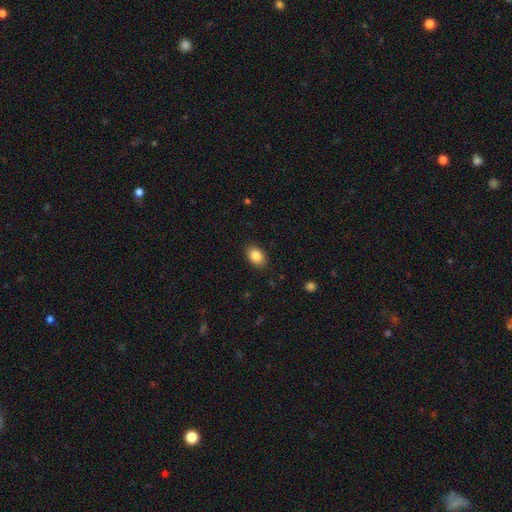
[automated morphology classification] Q: Smooth or featured?
A: smooth (87%); runner-up: star or artifact (8%)
Q: How rounded?
A: in between (82%); runner-up: round (17%)
Q: Merging?
A: none (88%); runner-up: minor disturbance (9%)